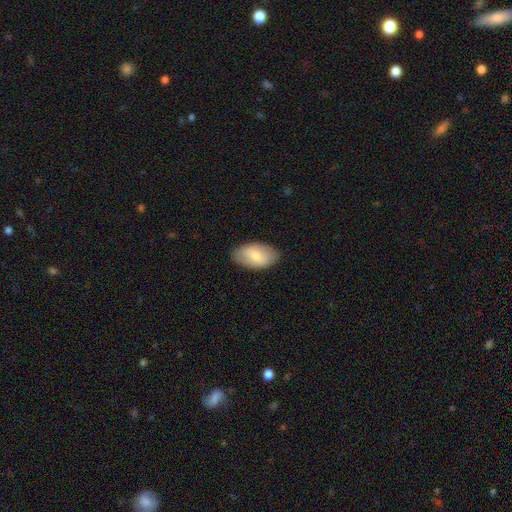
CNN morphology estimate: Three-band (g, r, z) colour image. It shows a smooth galaxy with no disk features (72%) that is in between round and cigar-shaped (93%). Merging: none (84%).